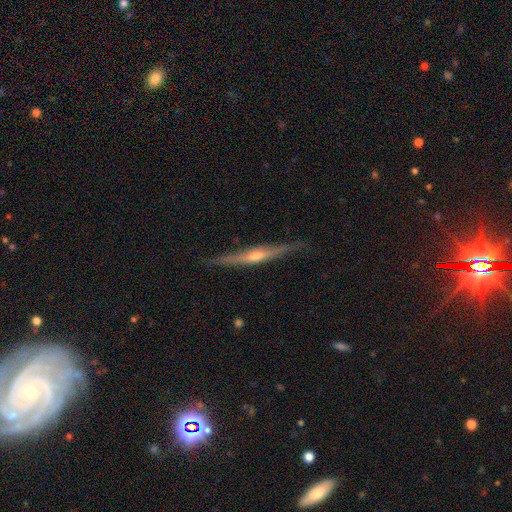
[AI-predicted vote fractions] Smooth or featured?
  - featured or disk: 81% *
  - smooth: 13%
  - star or artifact: 7%
Edge-on disk?
  - yes: 97% *
  - no: 3%
Edge-on bulge?
  - rounded: 86% *
  - none: 9%
  - boxy: 6%
Merging?
  - none: 86% *
  - minor disturbance: 10%
  - major disturbance: 2%
  - merger: 1%